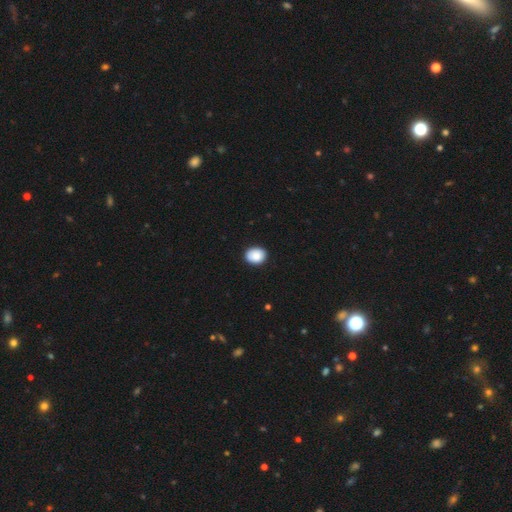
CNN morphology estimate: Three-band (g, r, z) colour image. It shows a smooth galaxy with no disk features (88%) that is round (51%). Merging: none (88%).